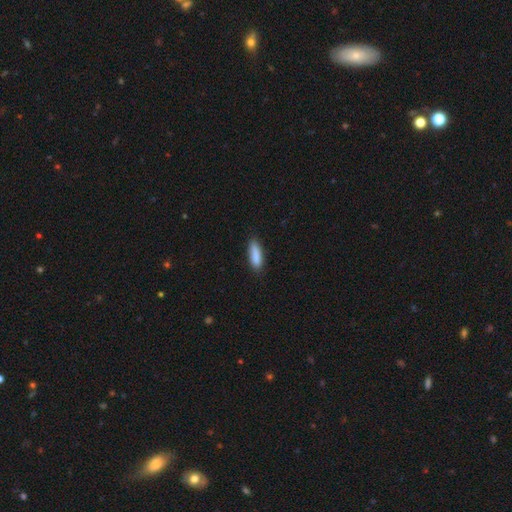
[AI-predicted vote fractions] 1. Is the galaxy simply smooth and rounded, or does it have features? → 87% smooth, 7% star or artifact, 6% featured or disk.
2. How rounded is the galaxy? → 50% cigar-shaped, 48% in between, 2% round.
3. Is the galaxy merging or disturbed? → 80% none, 16% minor disturbance, 3% major disturbance, 2% merger.